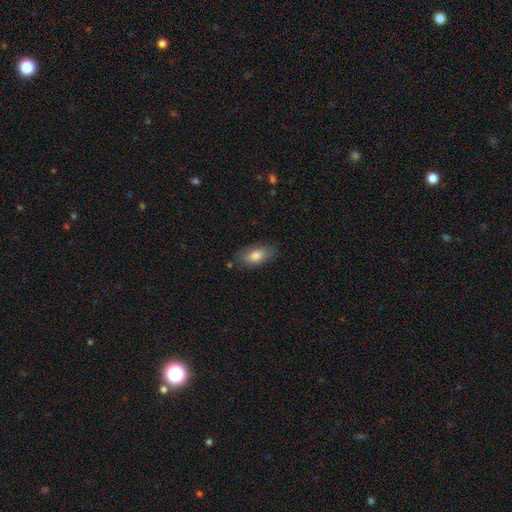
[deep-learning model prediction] smooth 82%, featured or disk 11%, star or artifact 7%. Down the decision tree: how rounded — in between (88%); merging — none (80%).